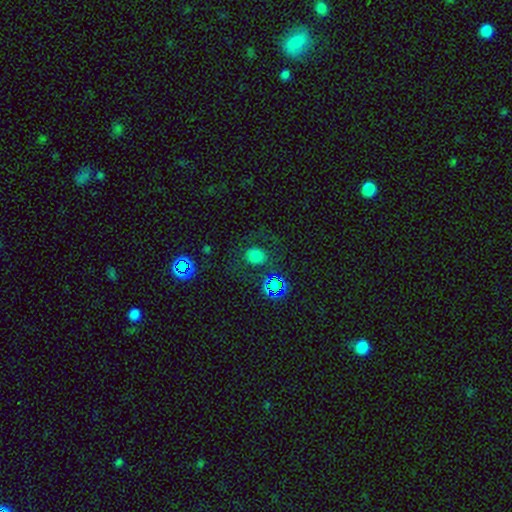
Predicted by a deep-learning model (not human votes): Q: Smooth or featured?
A: smooth (66%); runner-up: star or artifact (24%)
Q: How rounded?
A: round (76%); runner-up: in between (23%)
Q: Merging?
A: none (75%); runner-up: minor disturbance (14%)